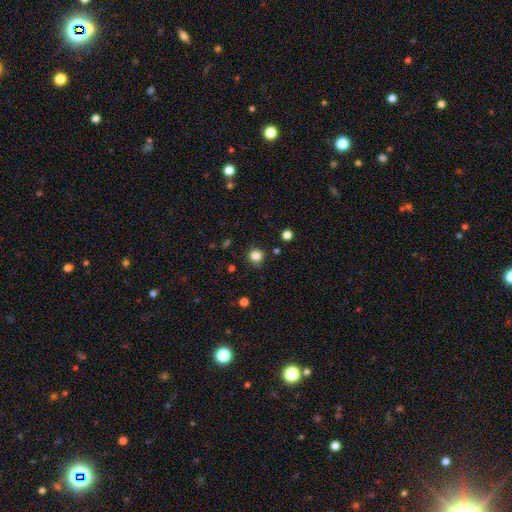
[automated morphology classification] smooth-or-featured: smooth: 83% | star or artifact: 13% | featured or disk: 4%
  how-rounded: round: 92% | in between: 7% | cigar-shaped: 1%
  merging: none: 87% | minor disturbance: 9% | major disturbance: 2% | merger: 2%